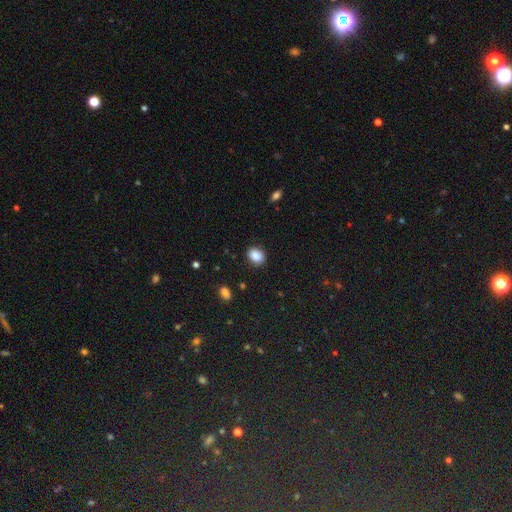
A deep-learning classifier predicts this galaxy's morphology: The model was most divided on "how rounded": in between: 50%, round: 49%, cigar-shaped: 1%. More confident: smooth or featured — smooth (88%); merging — none (87%).